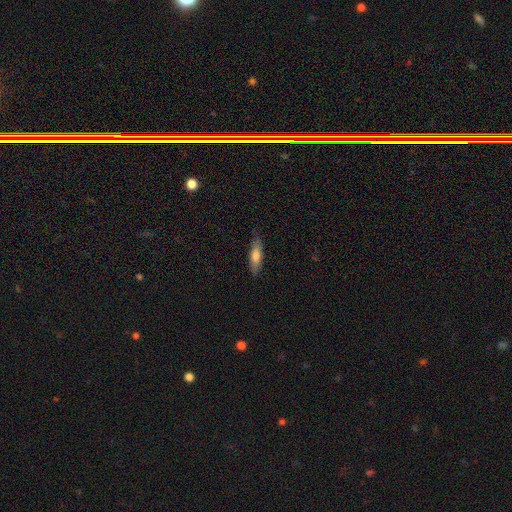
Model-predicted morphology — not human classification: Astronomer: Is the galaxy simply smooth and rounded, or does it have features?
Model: smooth — 69%.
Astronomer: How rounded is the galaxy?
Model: cigar-shaped — 61% (runner-up: in between, 37%).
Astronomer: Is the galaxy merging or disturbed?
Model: none — 84%.